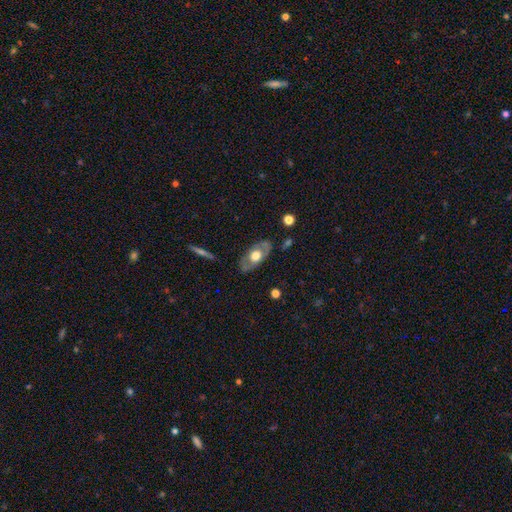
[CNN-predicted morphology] This appears to be a featured or disk galaxy (56%). Merging: none (81%).